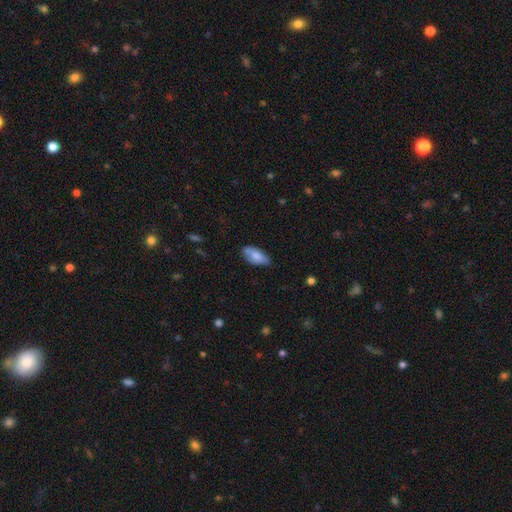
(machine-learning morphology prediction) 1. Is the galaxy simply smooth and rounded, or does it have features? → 73% smooth, 21% featured or disk, 6% star or artifact.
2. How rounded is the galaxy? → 90% in between, 8% cigar-shaped, 2% round.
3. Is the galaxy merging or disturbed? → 65% none, 28% minor disturbance, 5% major disturbance, 2% merger.